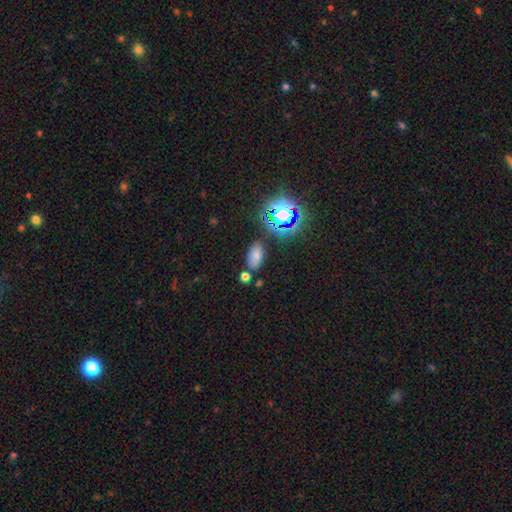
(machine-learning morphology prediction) This is likely a smooth galaxy (68%). How rounded: clearly in between (91%). Merging: likely none (77%).